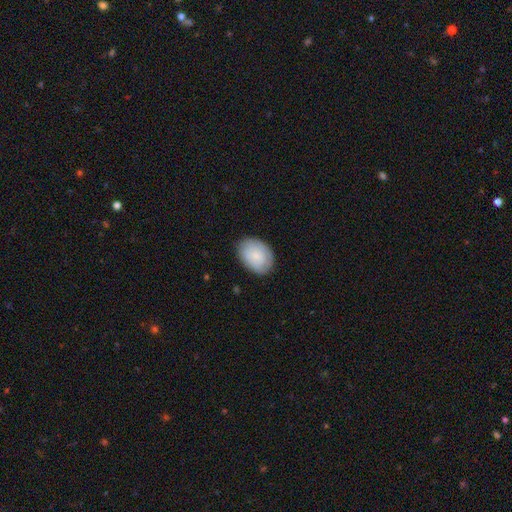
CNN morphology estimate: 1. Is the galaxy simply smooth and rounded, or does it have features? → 76% smooth, 18% featured or disk, 6% star or artifact.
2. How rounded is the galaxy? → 76% in between, 23% round, 1% cigar-shaped.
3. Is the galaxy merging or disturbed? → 82% none, 14% minor disturbance, 3% major disturbance, 1% merger.